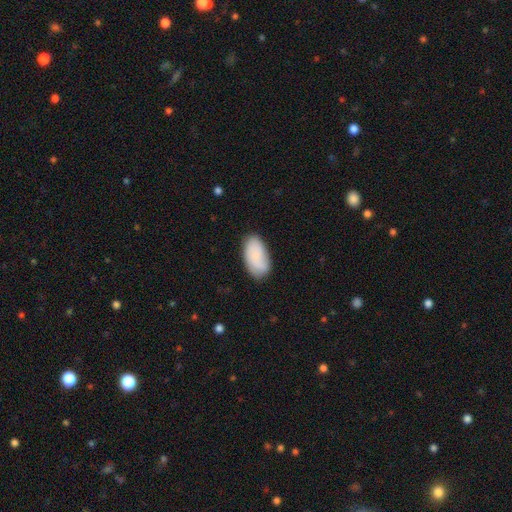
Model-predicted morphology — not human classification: Smooth or featured? Predicted: smooth (p=0.72). How rounded? Predicted: in between (p=0.94). Merging? Predicted: none (p=0.76).